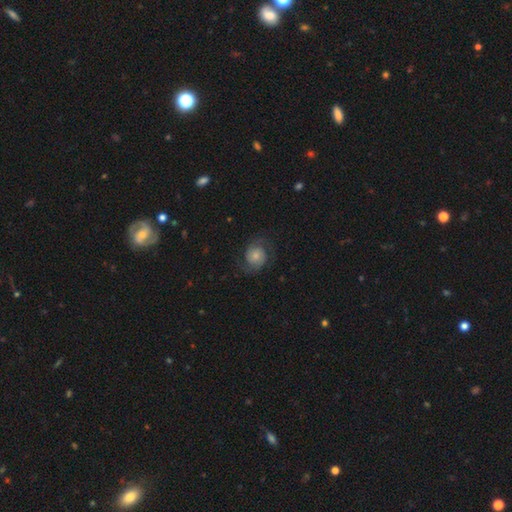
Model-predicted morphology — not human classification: This appears to be a featured or disk galaxy (69%) with no bar (75%), 2 (91%) medium (48%) spiral arms (94%) and a small central bulge (47%). Merging: none (74%).